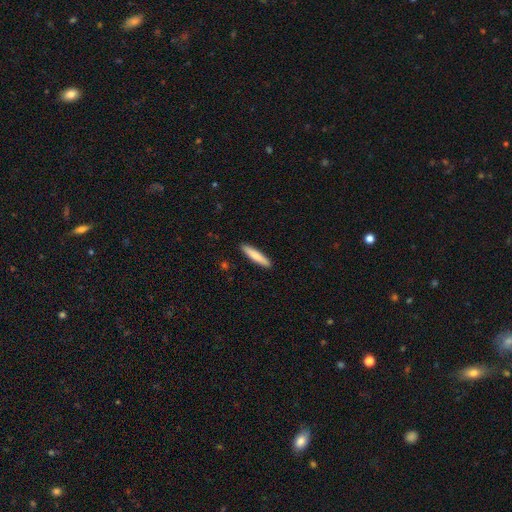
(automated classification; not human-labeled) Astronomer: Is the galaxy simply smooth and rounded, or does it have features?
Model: smooth — 81%.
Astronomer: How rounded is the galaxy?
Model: cigar-shaped — 88%.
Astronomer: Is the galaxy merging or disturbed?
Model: none — 91%.